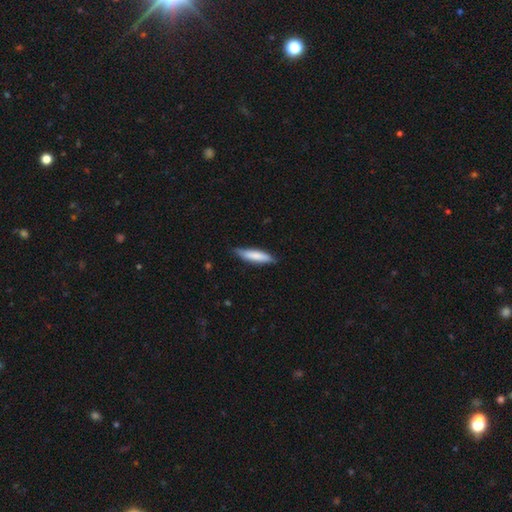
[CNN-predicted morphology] A smooth galaxy with no disk features (78%) that is cigar-shaped (76%). Merging: none (79%).